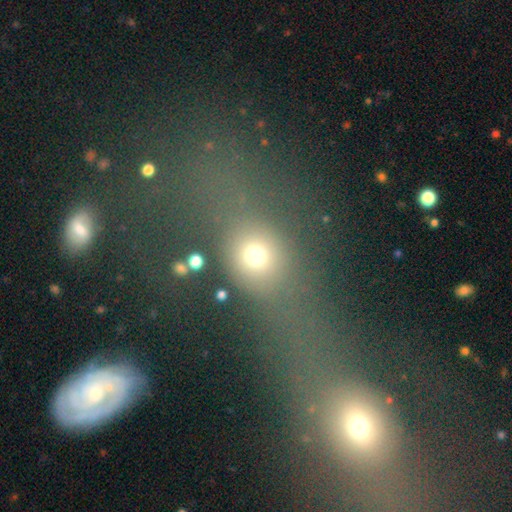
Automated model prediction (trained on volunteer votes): Morphology: type=smooth (68%); roundness=round (64%); merging=none (57%).